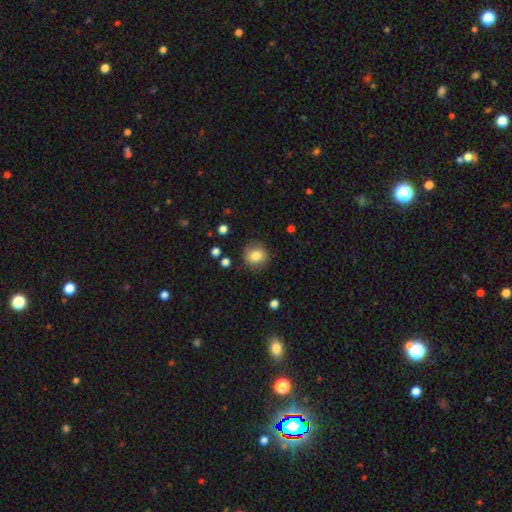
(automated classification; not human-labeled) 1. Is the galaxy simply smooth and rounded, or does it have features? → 81% smooth, 10% featured or disk, 9% star or artifact.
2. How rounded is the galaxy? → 89% round, 10% in between, 1% cigar-shaped.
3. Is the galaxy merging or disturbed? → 85% none, 11% minor disturbance, 3% major disturbance, 1% merger.